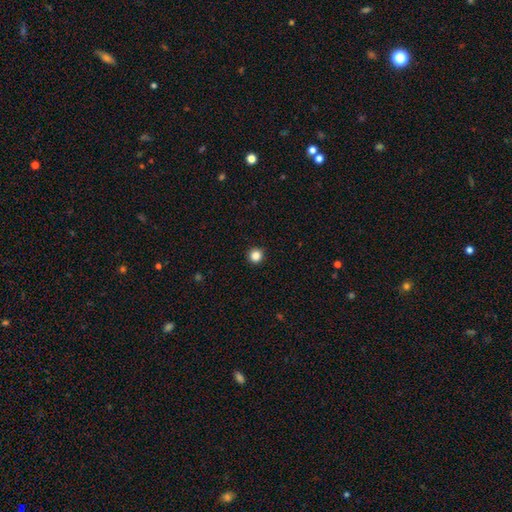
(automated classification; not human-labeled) A smooth galaxy with no disk features (86%) that is round (95%). Merging: none (93%).